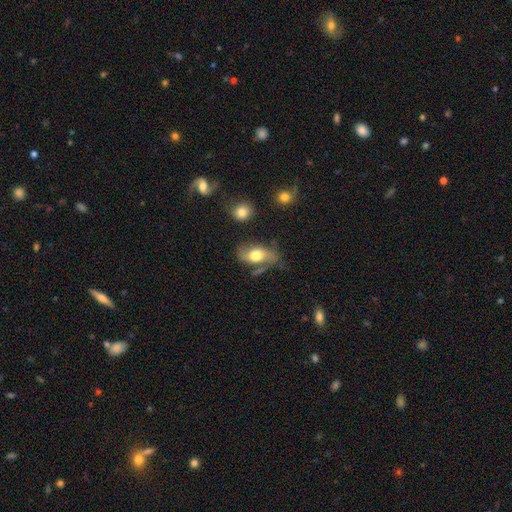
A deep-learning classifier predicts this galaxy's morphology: A smooth galaxy with no disk features (55%) that is in between round and cigar-shaped (88%).

Vote fractions:
- Smooth or featured? smooth: 55% / featured or disk: 38% / star or artifact: 7%
- How rounded? in between: 88% / round: 8% / cigar-shaped: 4%
- Merging? none: 51% / minor disturbance: 25% / major disturbance: 15% / merger: 9%